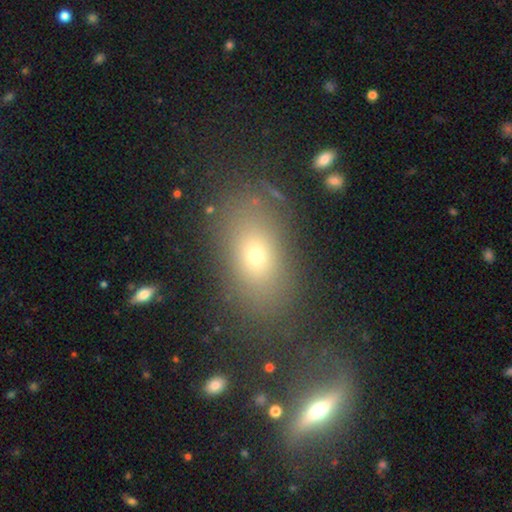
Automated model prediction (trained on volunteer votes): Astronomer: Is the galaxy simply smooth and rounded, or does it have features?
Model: smooth — 62%.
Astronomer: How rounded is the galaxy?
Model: in between — 78%.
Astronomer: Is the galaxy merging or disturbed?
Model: none — 72%.